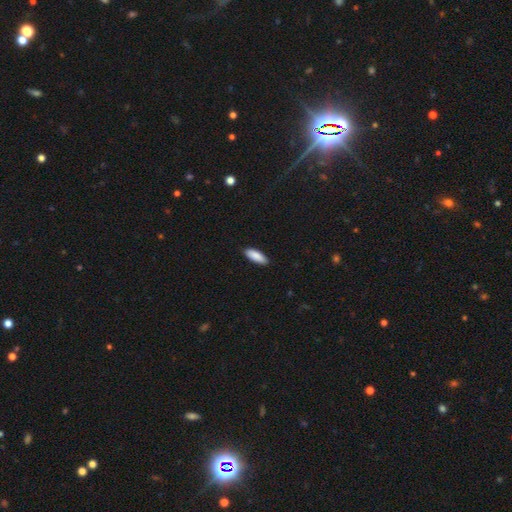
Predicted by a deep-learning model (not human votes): smooth_or_featured: smooth (p=0.89) [alt: featured or disk p=0.06]
how_rounded: in between (p=0.66) [alt: cigar-shaped p=0.32]
merging: none (p=0.89) [alt: minor disturbance p=0.08]